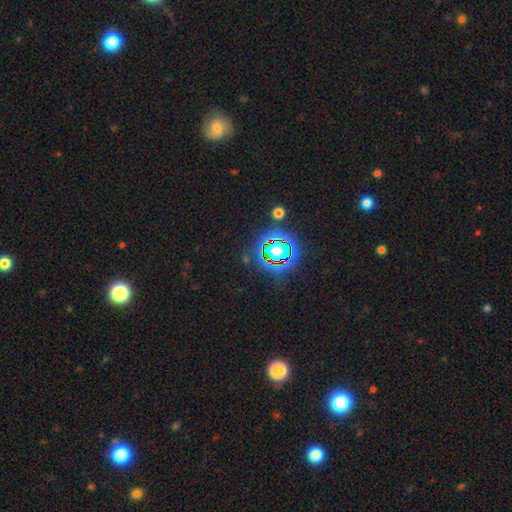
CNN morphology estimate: This appears to be a star or artifact, not a galaxy (79%).